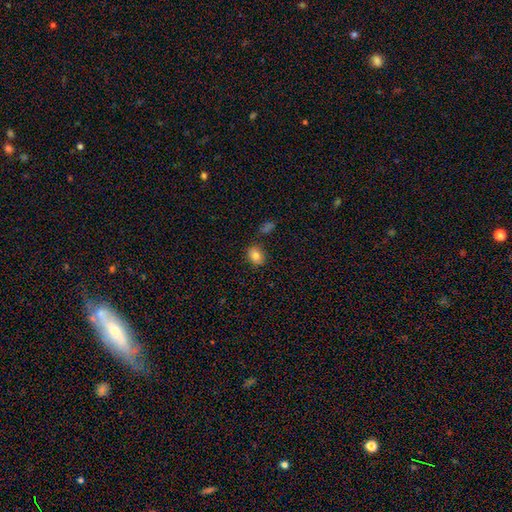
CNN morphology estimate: This is clearly a smooth galaxy (80%). How rounded: possibly in between (53%). Merging: clearly none (81%).